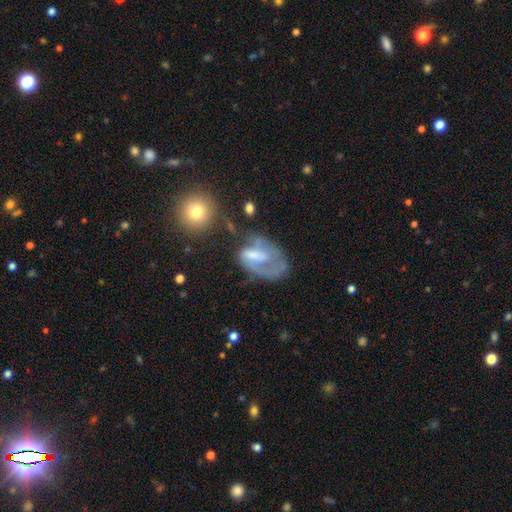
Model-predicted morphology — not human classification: A featured or disk galaxy (56%) with no bar (44%), spiral arms (55%) and a moderate central bulge (35%). Merging: major disturbance (38%).